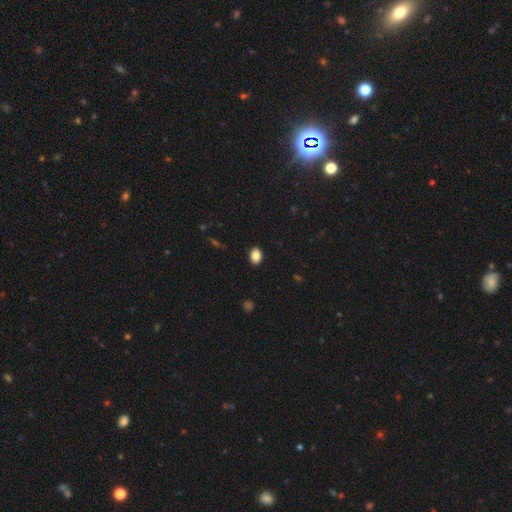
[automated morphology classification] Smooth or featured? Predicted: smooth (p=0.86). How rounded? Predicted: in between (p=0.70). Merging? Predicted: none (p=0.90).